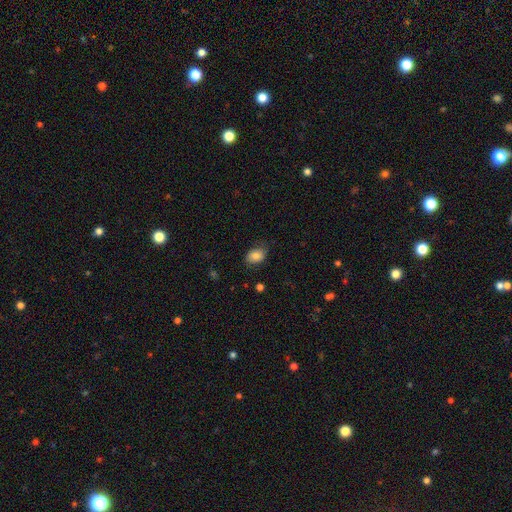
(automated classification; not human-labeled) Morphology: type=smooth (81%); roundness=in between (80%); merging=none (72%).